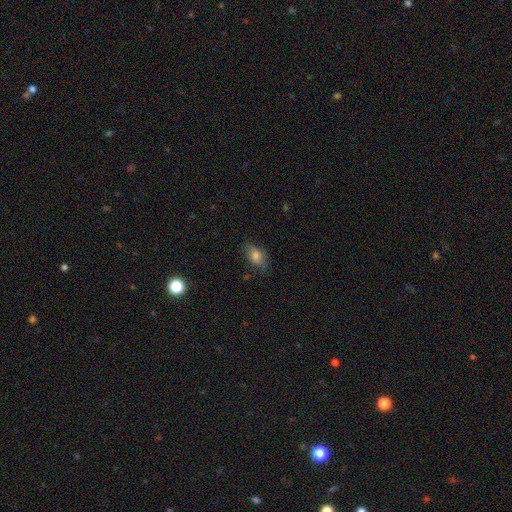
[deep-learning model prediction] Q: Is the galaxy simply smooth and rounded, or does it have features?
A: smooth — 76%.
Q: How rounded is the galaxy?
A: in between — 86%.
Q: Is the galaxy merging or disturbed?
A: none — 69%.